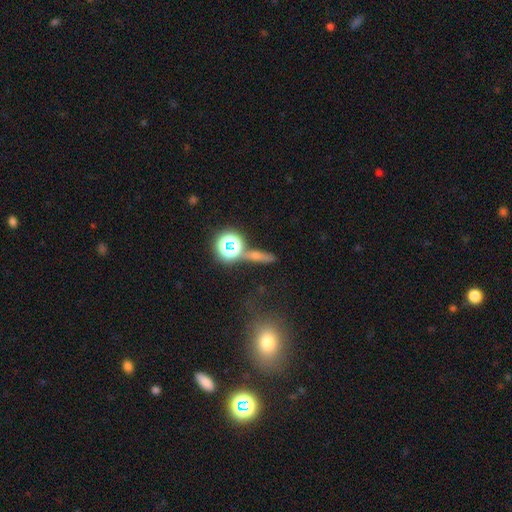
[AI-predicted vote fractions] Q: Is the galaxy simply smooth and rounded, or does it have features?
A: smooth — 49%.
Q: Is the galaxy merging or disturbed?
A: none — 71%.